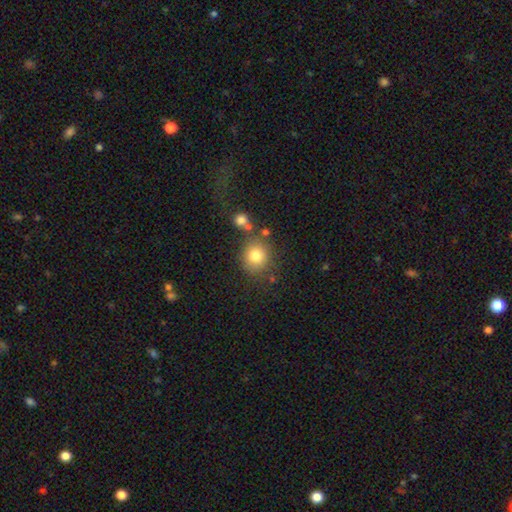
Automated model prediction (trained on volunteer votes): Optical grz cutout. It shows a smooth galaxy with no disk features (80%) that is round (85%). Merging: none (73%).